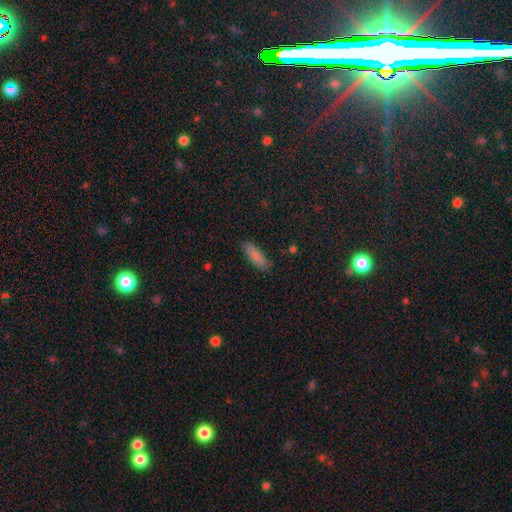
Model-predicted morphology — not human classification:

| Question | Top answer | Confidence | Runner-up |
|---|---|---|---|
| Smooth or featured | smooth | 84% | featured or disk (9%) |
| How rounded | in between | 56% | cigar-shaped (42%) |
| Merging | none | 83% | minor disturbance (13%) |